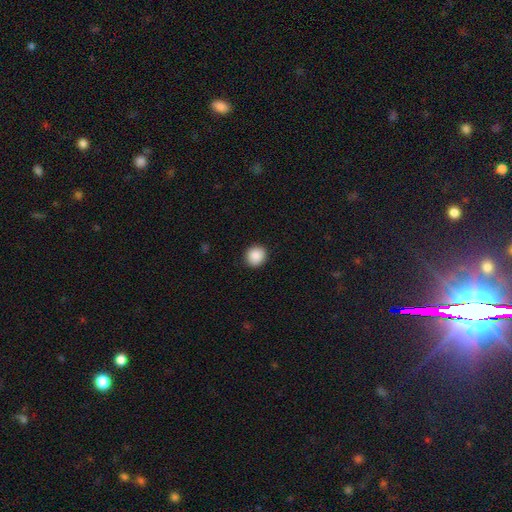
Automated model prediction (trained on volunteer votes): Q: Smooth or featured?
A: smooth (89%); runner-up: star or artifact (8%)
Q: How rounded?
A: round (87%); runner-up: in between (12%)
Q: Merging?
A: none (91%); runner-up: minor disturbance (6%)